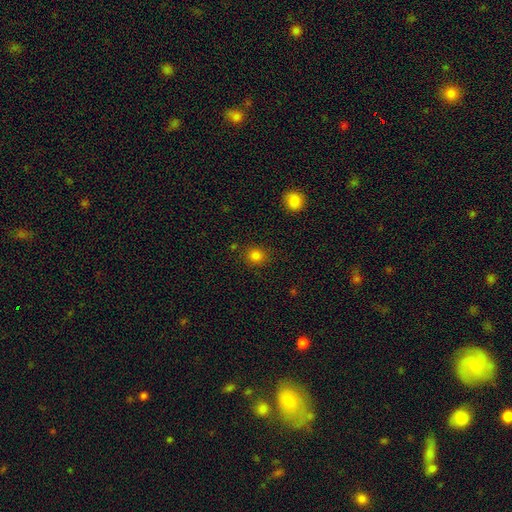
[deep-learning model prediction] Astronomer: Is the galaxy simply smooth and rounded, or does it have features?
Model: smooth — 83%.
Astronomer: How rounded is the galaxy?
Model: round — 84%.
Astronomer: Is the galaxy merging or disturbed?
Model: none — 86%.